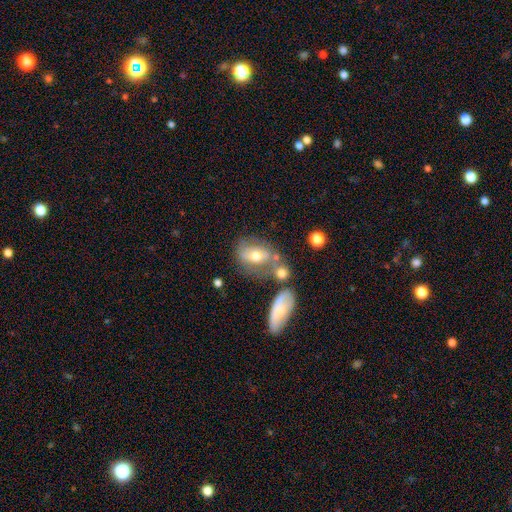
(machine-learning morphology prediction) A featured or disk galaxy (51%). Merging: none (44%).